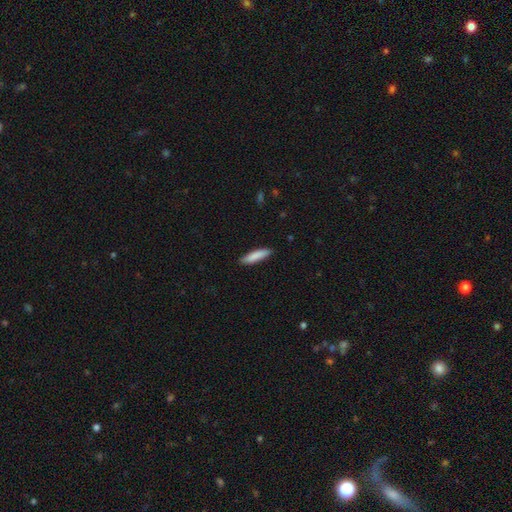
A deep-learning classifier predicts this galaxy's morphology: Overall: smooth (86%). How rounded: cigar-shaped (79%). Merging: none (87%).